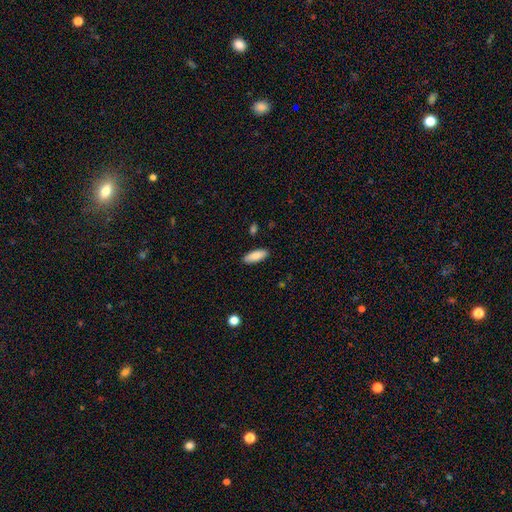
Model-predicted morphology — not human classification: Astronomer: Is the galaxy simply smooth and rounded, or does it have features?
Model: smooth — 86%.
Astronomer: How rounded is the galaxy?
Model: in between — 79%.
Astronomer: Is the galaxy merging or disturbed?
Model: none — 88%.